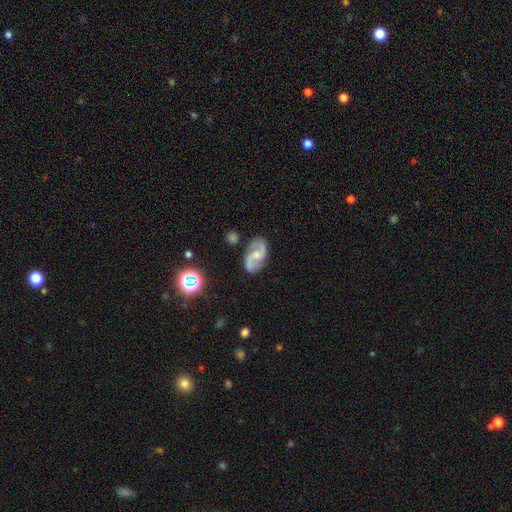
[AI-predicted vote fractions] This appears to be a featured or disk galaxy (81%) with no bar (45%), 2 (92%) medium (47%) spiral arms (96%) and a small central bulge (45%). Merging: none (79%).